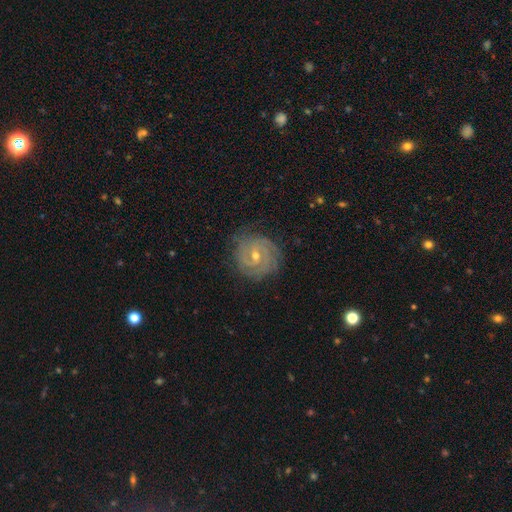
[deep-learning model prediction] The model was most divided on "bulge size": small: 52%, moderate: 45%, large: 1%, none: 1%, dominant: 1%. Remaining: edge-on disk — no (97%); spiral arms — yes (97%); smooth or featured — featured or disk (85%); merging — none (82%); spiral winding — tight (76%); bar — weak (48%); spiral arm count — 2 (39%).